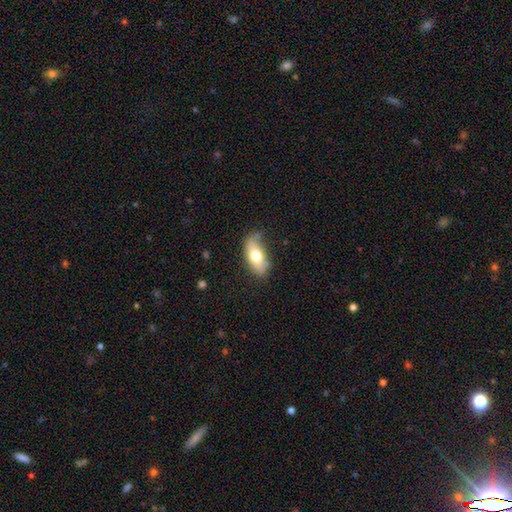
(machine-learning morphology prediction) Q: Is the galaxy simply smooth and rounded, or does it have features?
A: smooth — 67%.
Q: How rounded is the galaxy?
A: in between — 84%.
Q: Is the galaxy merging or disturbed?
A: none — 72%.